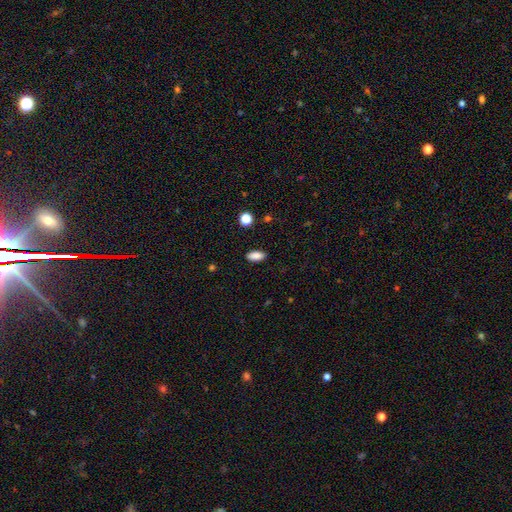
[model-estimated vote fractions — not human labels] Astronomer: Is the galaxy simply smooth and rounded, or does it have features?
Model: smooth — 87%.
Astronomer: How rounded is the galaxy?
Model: in between — 87%.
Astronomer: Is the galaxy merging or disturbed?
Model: none — 89%.